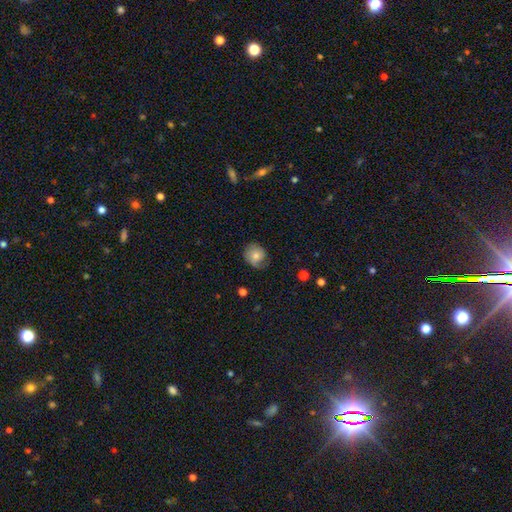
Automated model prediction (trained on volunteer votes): A smooth galaxy with no disk features (65%) that is round (77%). Merging: none (65%).